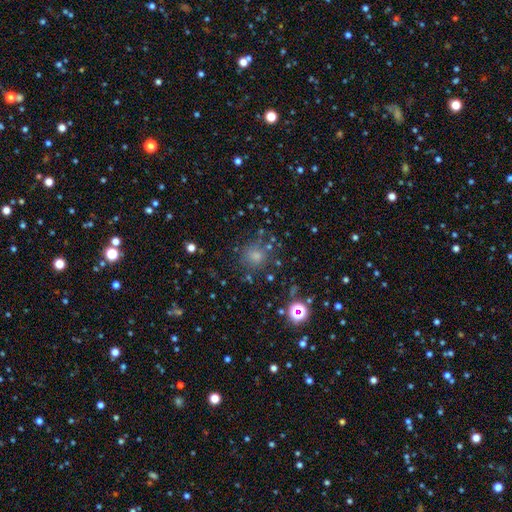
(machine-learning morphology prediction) Smooth or featured: smooth — 57% (star or artifact — 34%)
How rounded: round — 88% (in between — 11%)
Merging: none — 79% (minor disturbance — 11%)